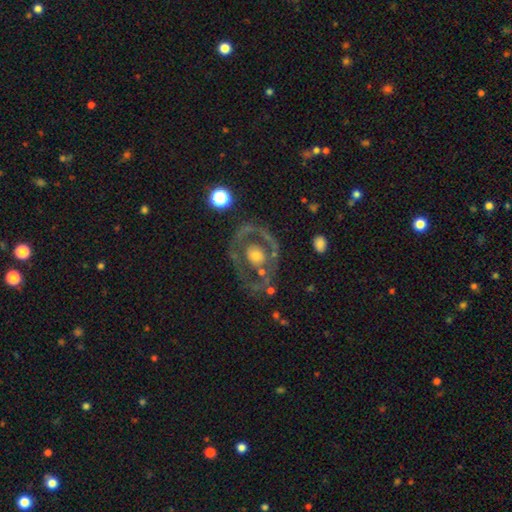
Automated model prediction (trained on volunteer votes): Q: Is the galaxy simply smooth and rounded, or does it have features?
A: featured or disk — 66%.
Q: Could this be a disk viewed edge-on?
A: no — 95%.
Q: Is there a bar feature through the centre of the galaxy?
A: no — 88%.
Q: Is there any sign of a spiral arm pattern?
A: no — 77%.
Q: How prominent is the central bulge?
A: moderate — 60%.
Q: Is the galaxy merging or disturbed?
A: none — 65%.